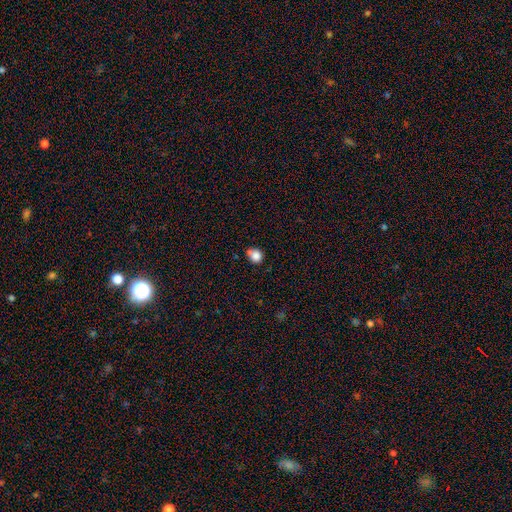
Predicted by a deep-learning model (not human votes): smooth_or_featured: smooth (p=0.83) [alt: star or artifact p=0.11]
how_rounded: round (p=0.74) [alt: in between p=0.25]
merging: none (p=0.55) [alt: minor disturbance p=0.30]